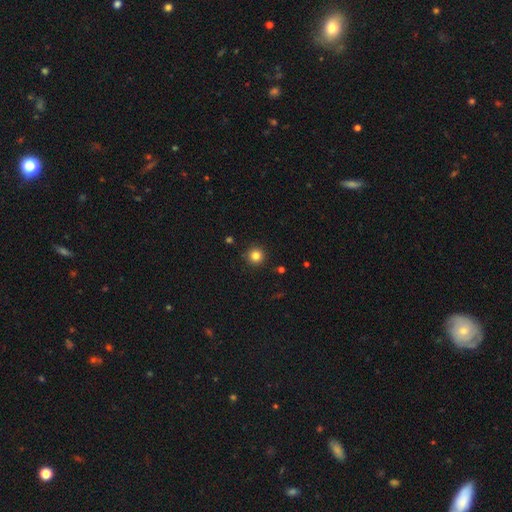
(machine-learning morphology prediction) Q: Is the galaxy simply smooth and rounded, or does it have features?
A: smooth — 83%.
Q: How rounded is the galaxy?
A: round — 96%.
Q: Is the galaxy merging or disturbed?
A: none — 92%.